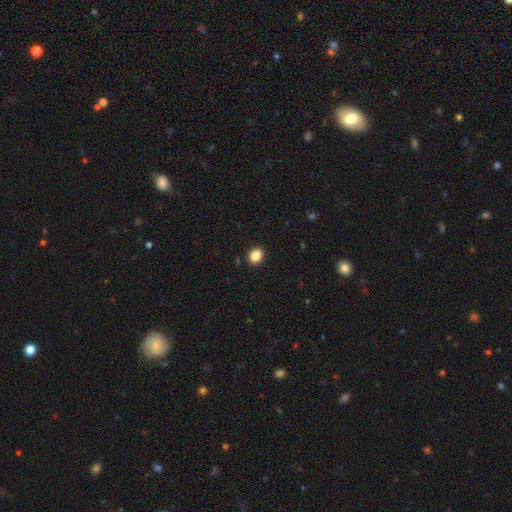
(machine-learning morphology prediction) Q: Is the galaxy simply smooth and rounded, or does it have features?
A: smooth — 87%.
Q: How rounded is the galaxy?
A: round — 51%.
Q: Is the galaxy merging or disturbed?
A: none — 91%.